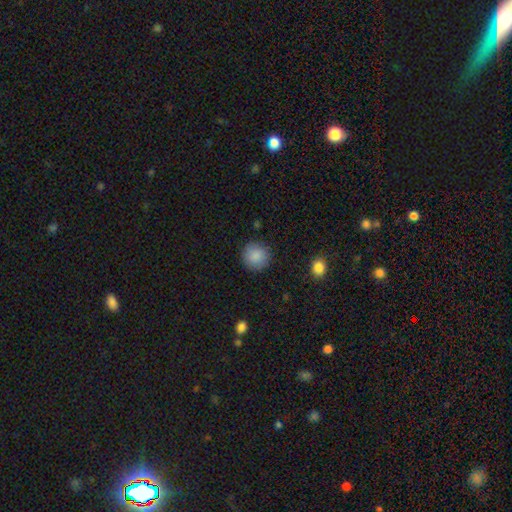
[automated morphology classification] Smooth or featured: smooth — 88% (star or artifact — 8%)
How rounded: round — 93% (in between — 6%)
Merging: none — 89% (minor disturbance — 7%)